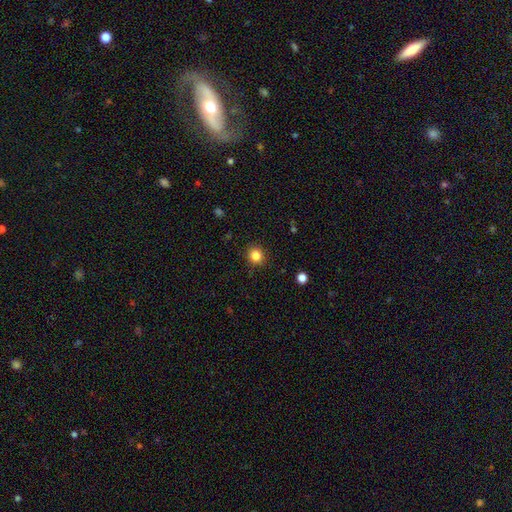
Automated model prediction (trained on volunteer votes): Smooth or featured?
  - smooth: 84% *
  - star or artifact: 12%
  - featured or disk: 5%
How rounded?
  - round: 90% *
  - in between: 9%
  - cigar-shaped: 1%
Merging?
  - none: 91% *
  - minor disturbance: 6%
  - major disturbance: 2%
  - merger: 1%